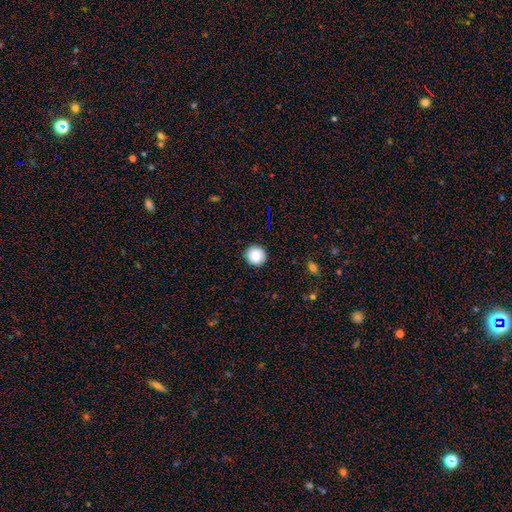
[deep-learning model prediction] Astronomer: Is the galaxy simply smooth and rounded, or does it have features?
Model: smooth — 81%.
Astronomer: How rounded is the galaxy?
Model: round — 95%.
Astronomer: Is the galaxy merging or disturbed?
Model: none — 91%.